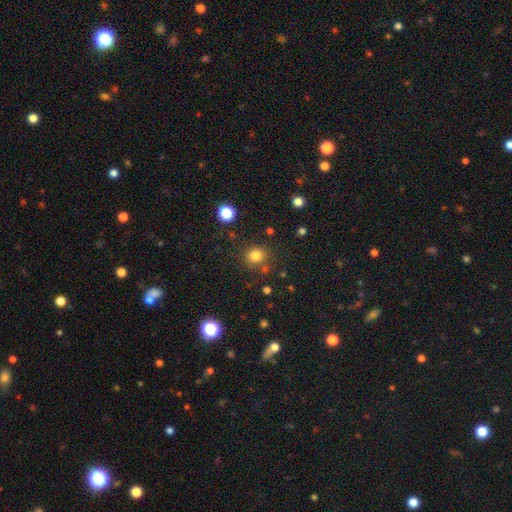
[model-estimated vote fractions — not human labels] smooth 80%, star or artifact 14%, featured or disk 6%. Down the decision tree: how rounded — round (81%); merging — none (79%).